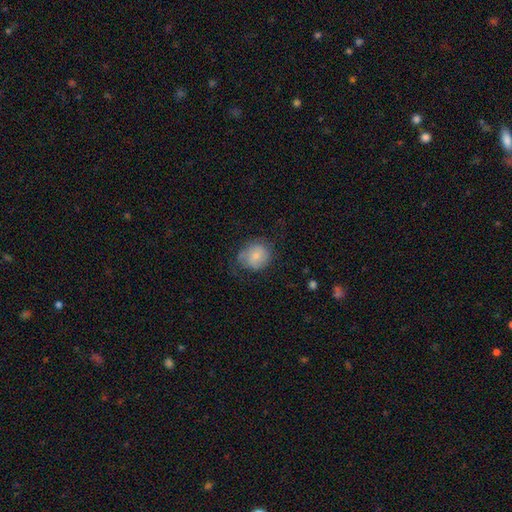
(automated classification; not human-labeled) Smooth or featured? smooth (72%)
How rounded? round (74%)
Merging? none (54%)